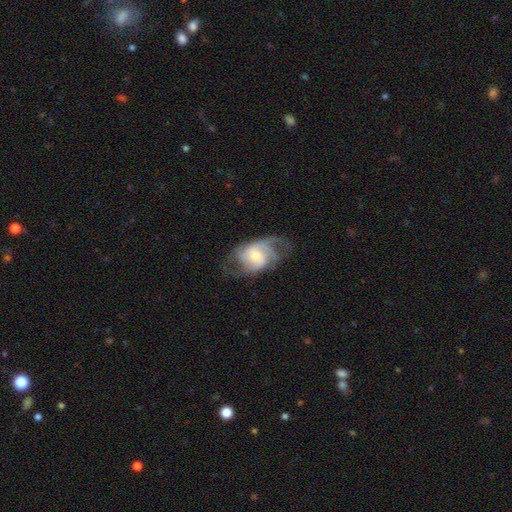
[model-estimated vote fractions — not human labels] This is likely a featured or disk galaxy (72%). It is clearly not viewed edge-on (96%). Bar: likely no (61%). Spiral arm pattern: clearly yes (89%). Spiral arm count: marginally 2 (35%). Spiral winding: possibly medium (46%). Central bulge: possibly moderate (45%, tied with small). Merging: possibly none (50%).